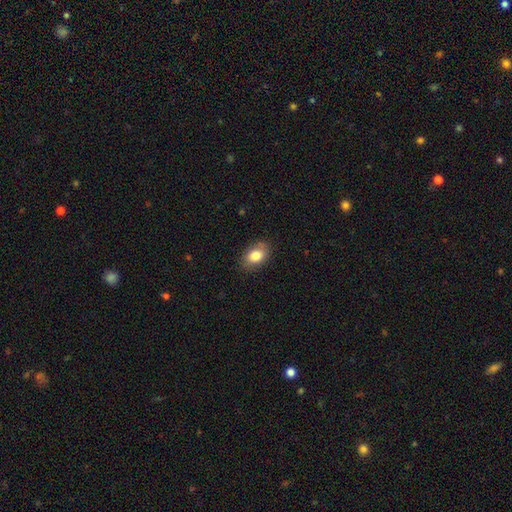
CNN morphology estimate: smooth_or_featured: smooth (p=0.81) [alt: featured or disk p=0.10]
how_rounded: in between (p=0.81) [alt: round p=0.18]
merging: none (p=0.80) [alt: minor disturbance p=0.15]